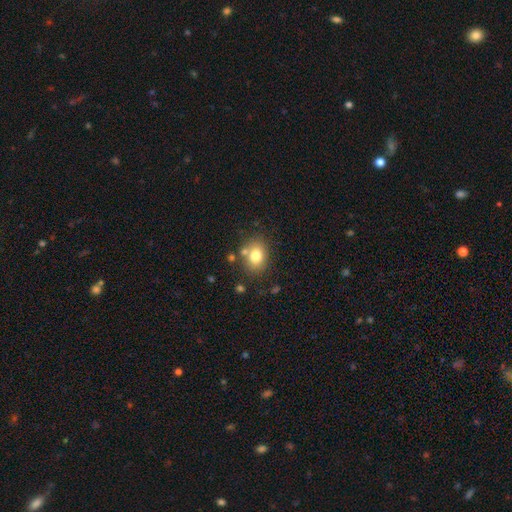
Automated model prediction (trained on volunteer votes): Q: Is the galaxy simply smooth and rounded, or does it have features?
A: smooth — 78%.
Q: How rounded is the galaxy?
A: in between — 58%.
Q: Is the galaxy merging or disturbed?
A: none — 73%.